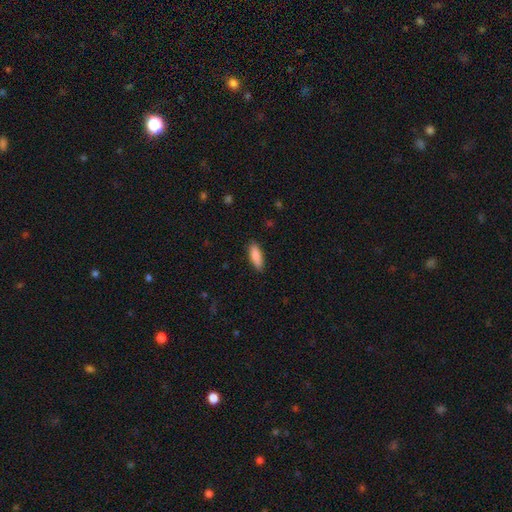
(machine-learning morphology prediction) smooth-or-featured: smooth: 88% | star or artifact: 6% | featured or disk: 6%
  how-rounded: in between: 58% | cigar-shaped: 40% | round: 2%
  merging: none: 87% | minor disturbance: 10% | major disturbance: 2% | merger: 1%